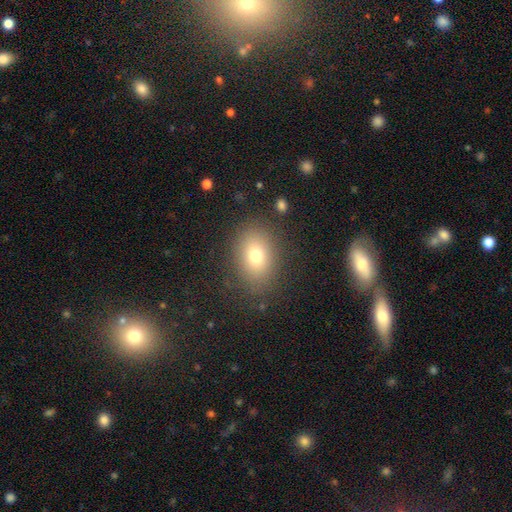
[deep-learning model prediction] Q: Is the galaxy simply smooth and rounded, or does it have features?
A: smooth — 75%.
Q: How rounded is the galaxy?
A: in between — 73%.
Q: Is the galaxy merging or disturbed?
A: none — 84%.